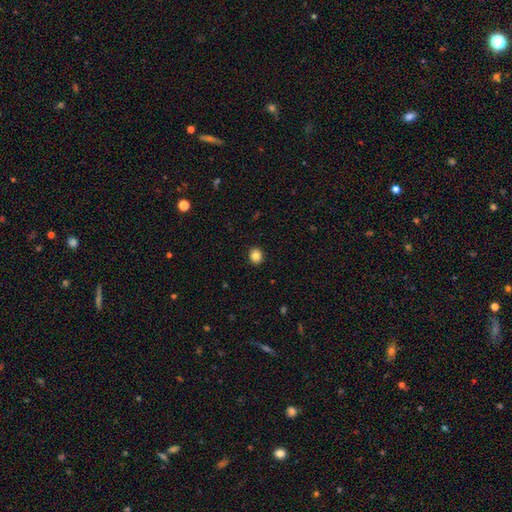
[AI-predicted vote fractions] A smooth galaxy with no disk features (84%) that is round (77%). Merging: none (92%).